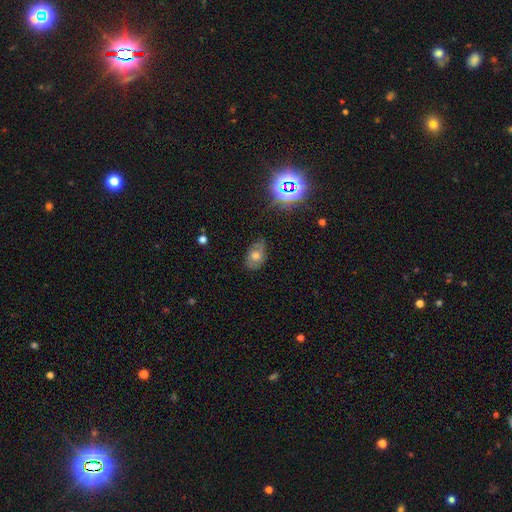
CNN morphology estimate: This is possibly a smooth galaxy (48%). Merging: likely none (67%).